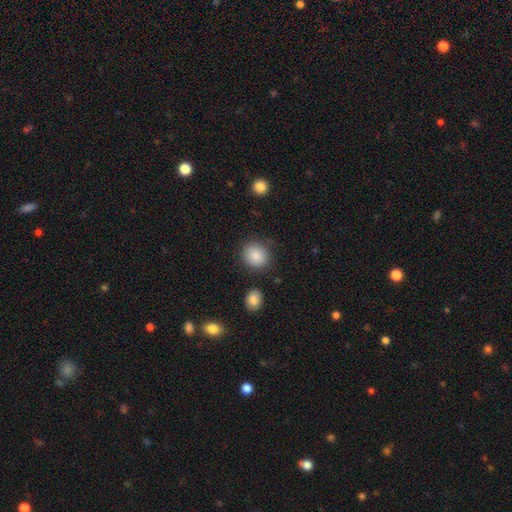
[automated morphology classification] Smooth or featured?
  - smooth: 86% *
  - star or artifact: 9%
  - featured or disk: 6%
How rounded?
  - round: 84% *
  - in between: 15%
  - cigar-shaped: 1%
Merging?
  - none: 82% *
  - minor disturbance: 11%
  - merger: 4%
  - major disturbance: 3%